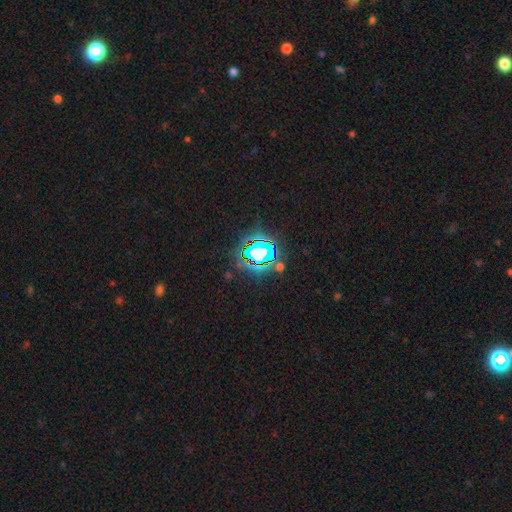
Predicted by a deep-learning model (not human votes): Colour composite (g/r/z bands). It shows a star or artifact, not a galaxy (72%).